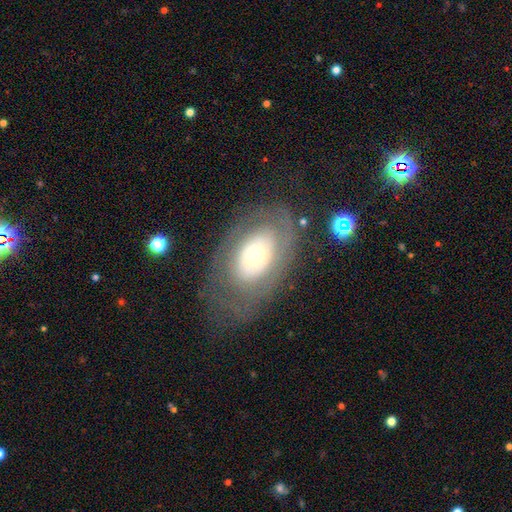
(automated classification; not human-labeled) Smooth or featured: featured or disk — 57% (smooth — 35%)
Edge-on disk: no — 92% (yes — 8%)
Bar: no — 87% (weak — 9%)
Spiral arms: no — 60% (yes — 40%)
Bulge size: moderate — 44% (small — 43%)
Merging: none — 64% (minor disturbance — 18%)